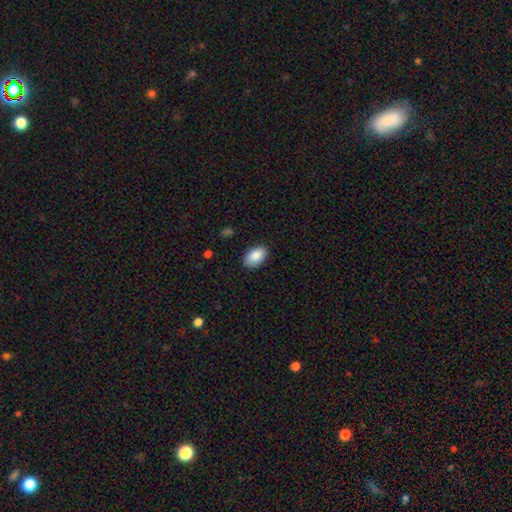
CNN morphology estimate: Smooth or featured? Predicted: smooth (p=0.87). How rounded? Predicted: in between (p=0.92). Merging? Predicted: none (p=0.87).